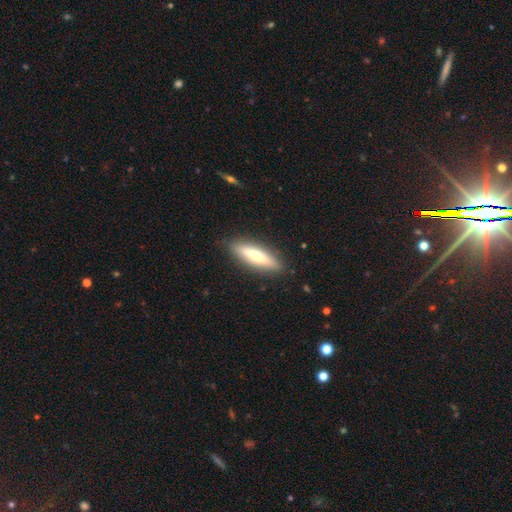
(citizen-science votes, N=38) This is possibly a smooth galaxy (58%). How rounded: likely cigar-shaped (68%). Merging: clearly none (81%).